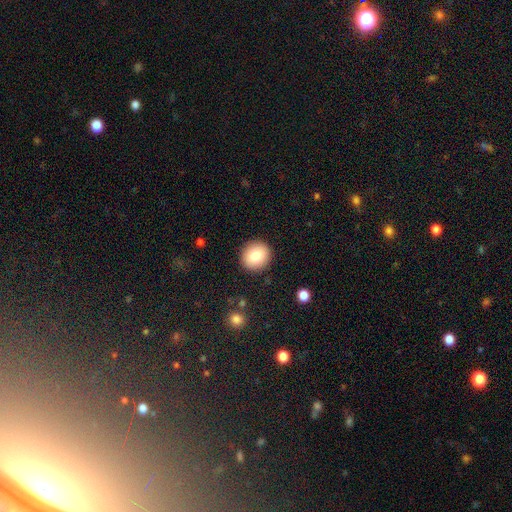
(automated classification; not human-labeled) Smooth or featured? Predicted: smooth (p=0.85). How rounded? Predicted: round (p=0.86). Merging? Predicted: none (p=0.90).